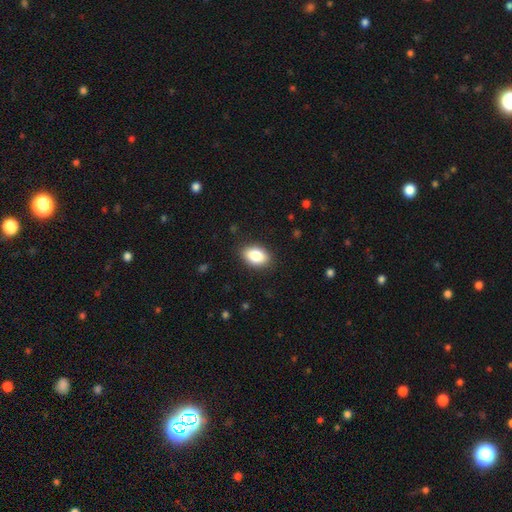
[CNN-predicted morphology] Q: Smooth or featured?
A: smooth (85%); runner-up: star or artifact (8%)
Q: How rounded?
A: in between (88%); runner-up: round (10%)
Q: Merging?
A: none (87%); runner-up: minor disturbance (10%)